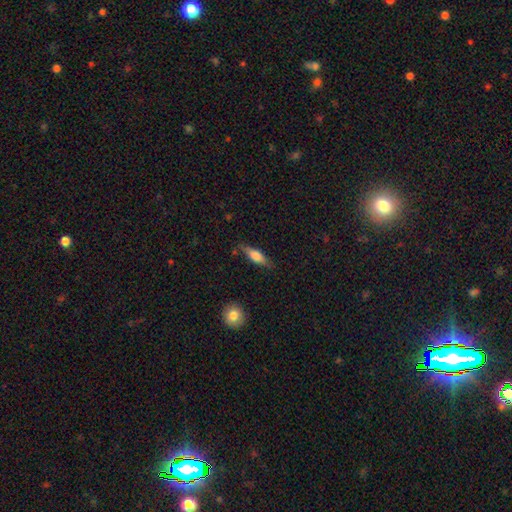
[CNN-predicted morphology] Smooth or featured?
  - smooth: 57% *
  - featured or disk: 36%
  - star or artifact: 6%
How rounded?
  - cigar-shaped: 50% *
  - in between: 47%
  - round: 3%
Merging?
  - none: 77% *
  - minor disturbance: 17%
  - major disturbance: 4%
  - merger: 2%